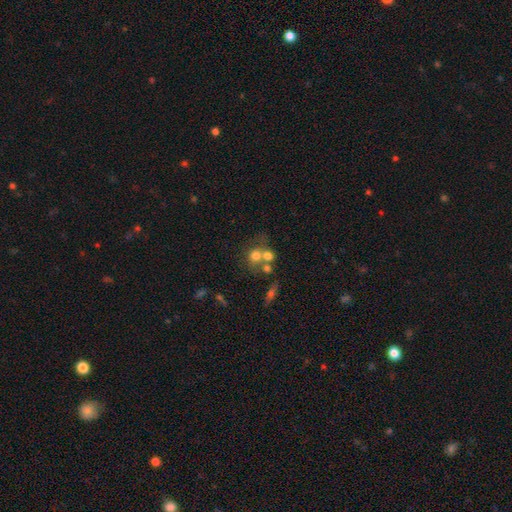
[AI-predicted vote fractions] This appears to be a smooth galaxy with no disk features (65%) that is round (79%). Merging: merger (51%).